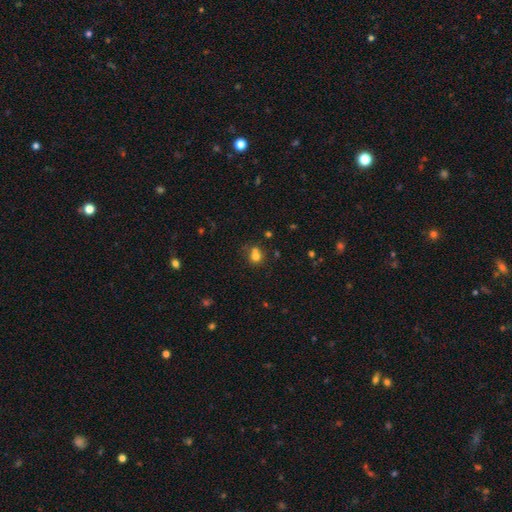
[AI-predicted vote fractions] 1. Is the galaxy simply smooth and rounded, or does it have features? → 72% smooth, 16% star or artifact, 12% featured or disk.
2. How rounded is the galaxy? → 70% round, 29% in between, 1% cigar-shaped.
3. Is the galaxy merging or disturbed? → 44% none, 35% merger, 14% minor disturbance, 6% major disturbance.